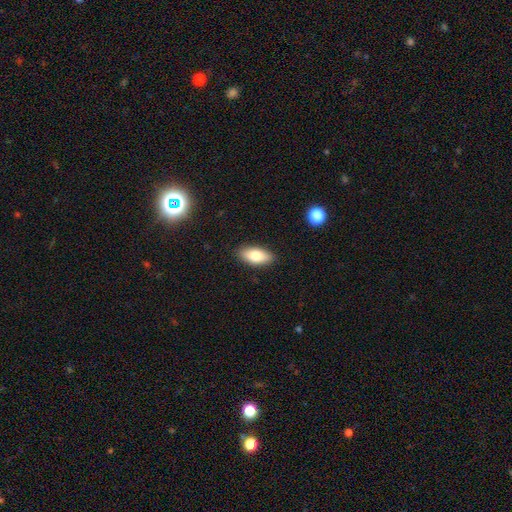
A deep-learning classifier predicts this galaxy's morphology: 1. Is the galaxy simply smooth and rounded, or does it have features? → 78% smooth, 15% featured or disk, 7% star or artifact.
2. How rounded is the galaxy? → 86% in between, 12% cigar-shaped, 3% round.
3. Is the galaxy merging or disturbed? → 88% none, 9% minor disturbance, 2% major disturbance, 1% merger.